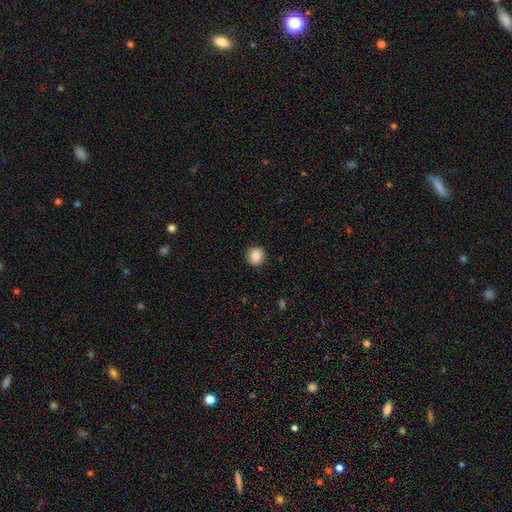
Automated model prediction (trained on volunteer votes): Smooth or featured?
  - smooth: 86% *
  - star or artifact: 9%
  - featured or disk: 5%
How rounded?
  - round: 90% *
  - in between: 9%
  - cigar-shaped: 1%
Merging?
  - none: 91% *
  - minor disturbance: 6%
  - major disturbance: 2%
  - merger: 1%